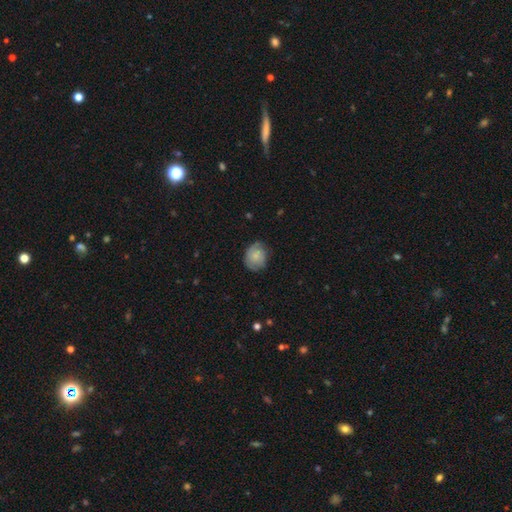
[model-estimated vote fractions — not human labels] smooth-or-featured: smooth: 63% | featured or disk: 29% | star or artifact: 8%
  how-rounded: round: 63% | in between: 36% | cigar-shaped: 1%
  merging: none: 65% | minor disturbance: 27% | major disturbance: 7% | merger: 1%